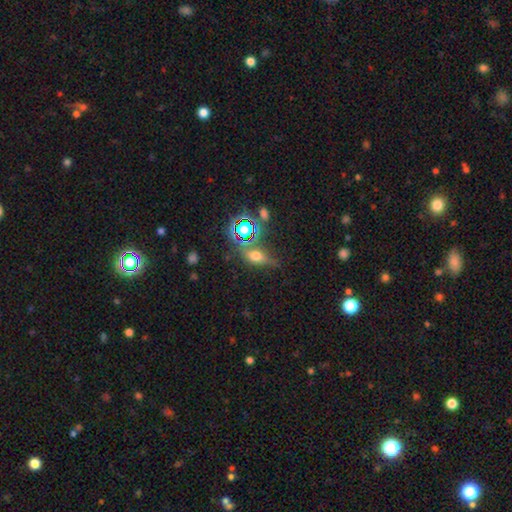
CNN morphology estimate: Smooth or featured: smooth — 49% (star or artifact — 29%)
Merging: none — 67% (minor disturbance — 17%)